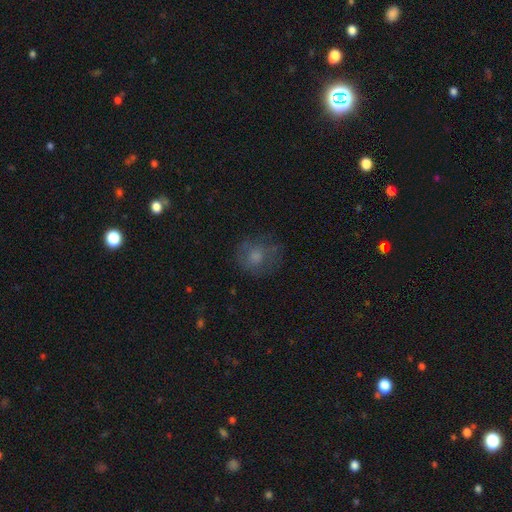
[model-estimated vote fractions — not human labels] Smooth or featured? Predicted: smooth (p=0.66). How rounded? Predicted: round (p=0.83). Merging? Predicted: none (p=0.66).